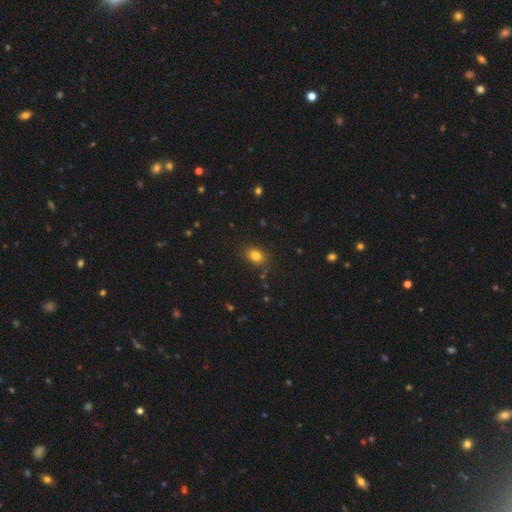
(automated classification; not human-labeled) Smooth or featured: smooth — 82% (star or artifact — 11%)
How rounded: in between — 74% (round — 25%)
Merging: none — 84% (minor disturbance — 11%)